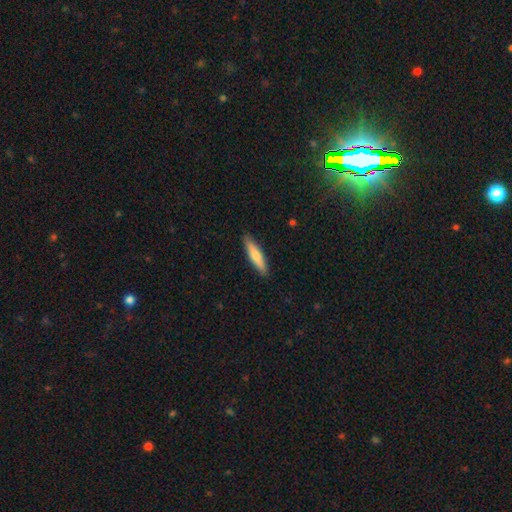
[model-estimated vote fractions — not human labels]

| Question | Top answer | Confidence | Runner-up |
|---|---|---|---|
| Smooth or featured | smooth | 74% | featured or disk (21%) |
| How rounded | cigar-shaped | 84% | in between (15%) |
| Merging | none | 90% | minor disturbance (8%) |